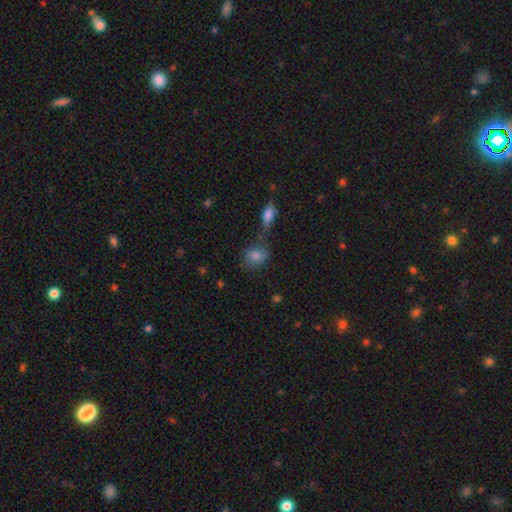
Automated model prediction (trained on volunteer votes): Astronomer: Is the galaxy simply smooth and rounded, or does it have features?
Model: smooth — 79%.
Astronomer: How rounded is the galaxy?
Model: in between — 51% (runner-up: round, 46%).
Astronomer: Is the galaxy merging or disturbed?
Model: none — 52%.